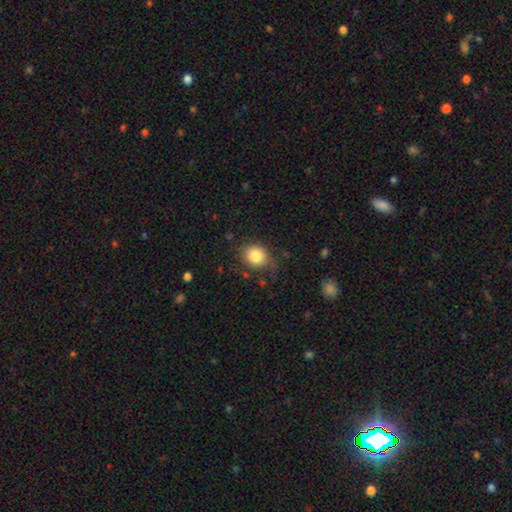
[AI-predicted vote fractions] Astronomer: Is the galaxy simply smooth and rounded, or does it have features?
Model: smooth — 83%.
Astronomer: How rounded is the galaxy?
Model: round — 67%.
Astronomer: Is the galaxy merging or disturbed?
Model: none — 68%.